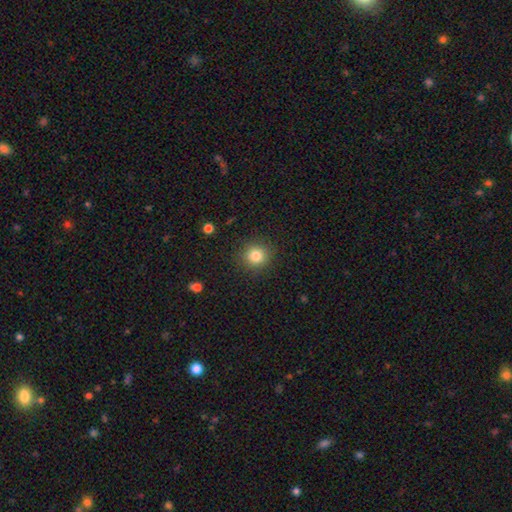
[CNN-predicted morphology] type=smooth (82%); roundness=round (92%); merging=none (90%).